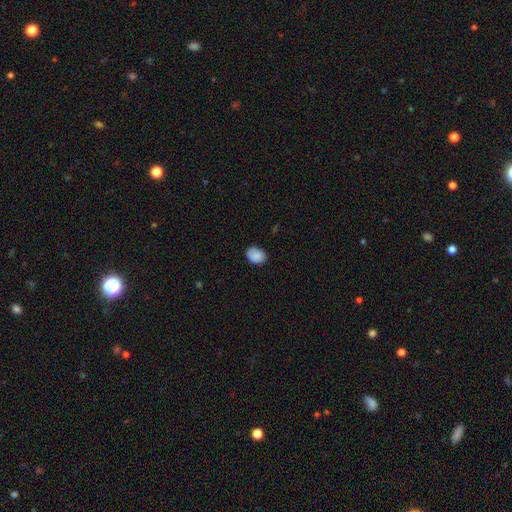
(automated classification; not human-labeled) Smooth or featured: smooth — 86% (star or artifact — 8%)
How rounded: in between — 67% (round — 32%)
Merging: none — 77% (minor disturbance — 18%)